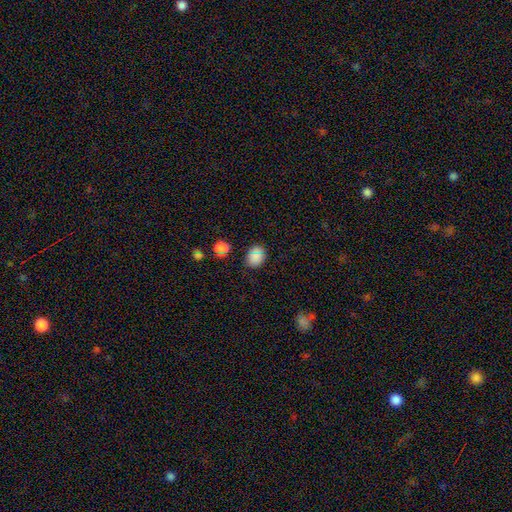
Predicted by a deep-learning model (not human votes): A smooth galaxy with no disk features (76%) that is round (57%).

Vote fractions:
- Smooth or featured? smooth: 76% / star or artifact: 18% / featured or disk: 6%
- How rounded? round: 57% / in between: 41% / cigar-shaped: 1%
- Merging? none: 85% / minor disturbance: 10% / major disturbance: 3% / merger: 2%